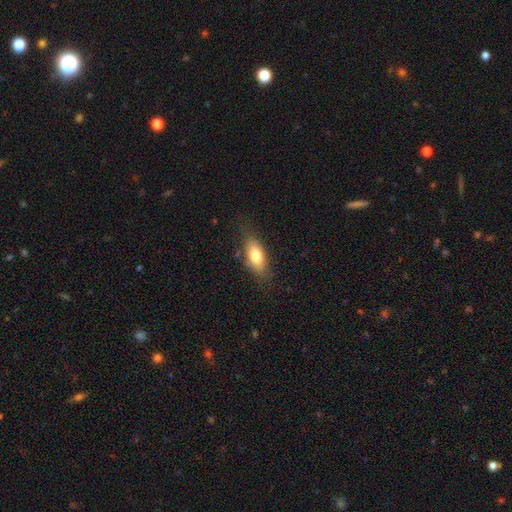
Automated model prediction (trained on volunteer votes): This appears to be a smooth galaxy with no disk features (76%) that is in between round and cigar-shaped (83%). Merging: none (75%).